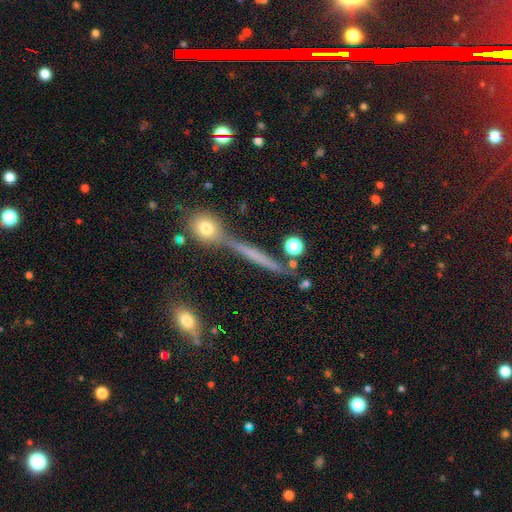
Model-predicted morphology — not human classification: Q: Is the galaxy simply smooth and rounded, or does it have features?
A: featured or disk — 48%.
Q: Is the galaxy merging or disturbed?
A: none — 73%.